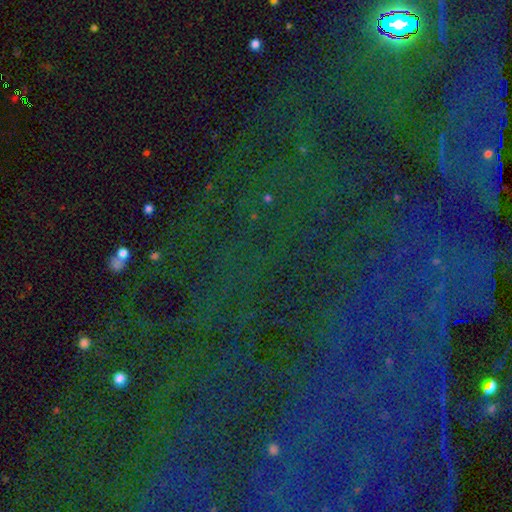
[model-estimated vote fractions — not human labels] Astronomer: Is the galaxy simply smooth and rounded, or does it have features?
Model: star or artifact — 83%.